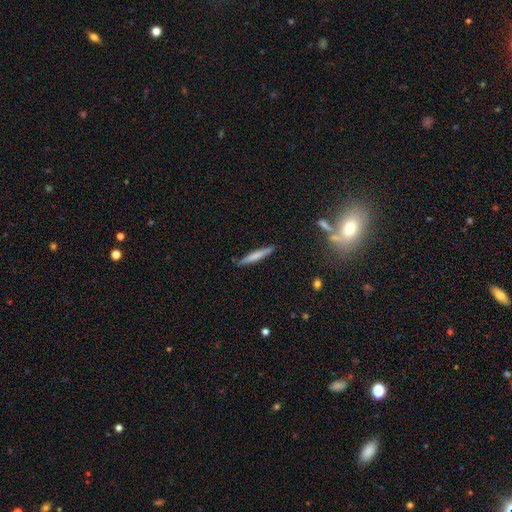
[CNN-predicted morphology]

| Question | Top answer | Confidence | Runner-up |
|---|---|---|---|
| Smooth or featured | smooth | 67% | featured or disk (27%) |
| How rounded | cigar-shaped | 94% | in between (5%) |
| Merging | none | 87% | minor disturbance (9%) |